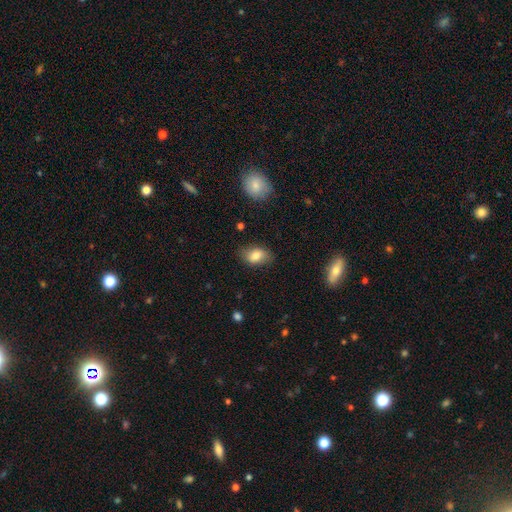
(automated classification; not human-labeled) Smooth or featured: smooth — 80% (featured or disk — 12%)
How rounded: in between — 85% (round — 14%)
Merging: none — 78% (minor disturbance — 17%)